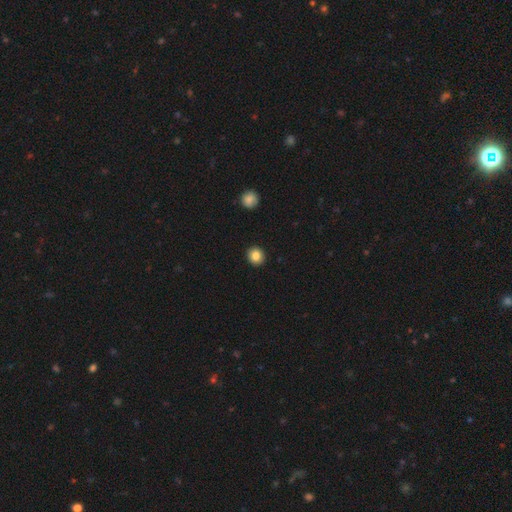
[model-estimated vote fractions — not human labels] The model was most divided on "how rounded": round: 87%, in between: 13%, cigar-shaped: 1%. More confident: merging — none (93%); smooth or featured — smooth (85%).